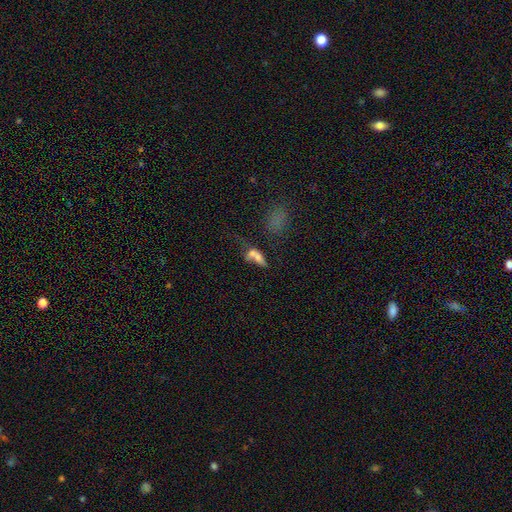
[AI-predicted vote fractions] Smooth or featured? smooth (59%)
How rounded? in between (68%)
Merging? merger (50%)